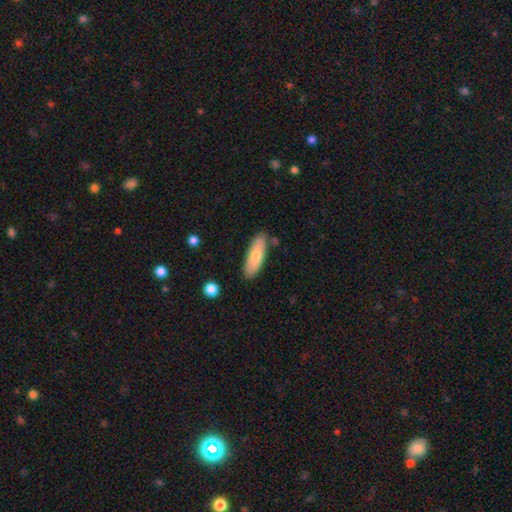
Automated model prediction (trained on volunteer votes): smooth_or_featured: smooth (p=0.71) [alt: featured or disk p=0.23]
how_rounded: in between (p=0.51) [alt: cigar-shaped p=0.47]
merging: none (p=0.82) [alt: minor disturbance p=0.12]